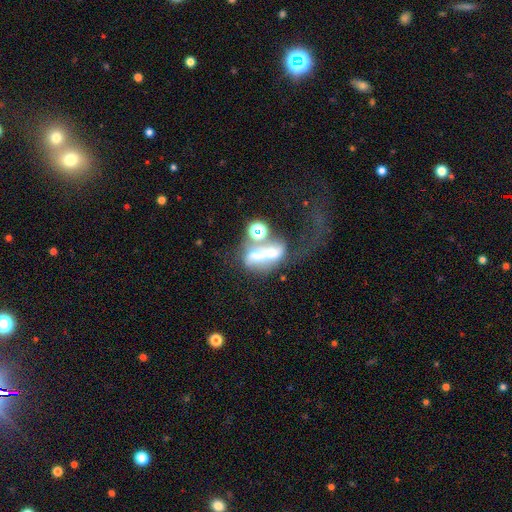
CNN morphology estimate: smooth-or-featured: featured or disk: 39% | smooth: 38% | star or artifact: 24%
  merging: merger: 48% | major disturbance: 27% | none: 16% | minor disturbance: 9%